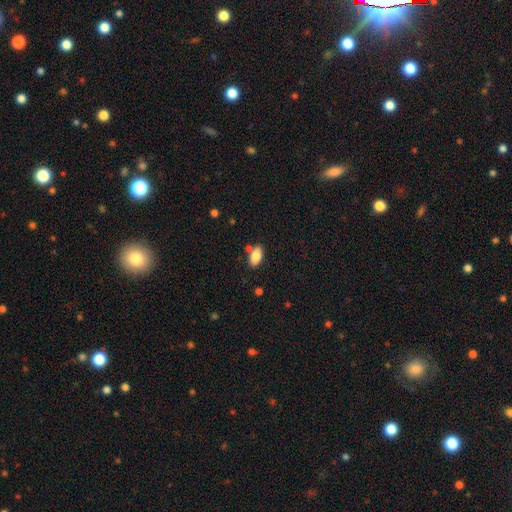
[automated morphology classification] Smooth or featured: smooth — 84% (featured or disk — 9%)
How rounded: in between — 93% (cigar-shaped — 4%)
Merging: none — 76% (minor disturbance — 12%)